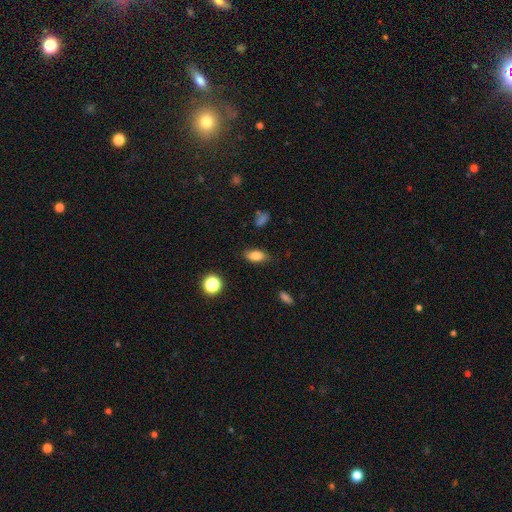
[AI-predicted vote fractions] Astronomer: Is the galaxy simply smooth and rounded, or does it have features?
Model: smooth — 81%.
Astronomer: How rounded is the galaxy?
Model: in between — 88%.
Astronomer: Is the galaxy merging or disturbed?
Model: none — 83%.